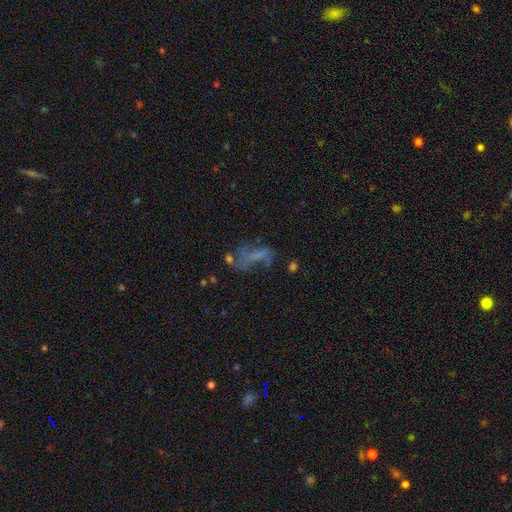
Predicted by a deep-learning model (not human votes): A featured or disk galaxy (45%).

Vote fractions:
- Smooth or featured? featured or disk: 45% / smooth: 33% / star or artifact: 22%
- Merging? major disturbance: 36% / none: 35% / minor disturbance: 18% / merger: 12%